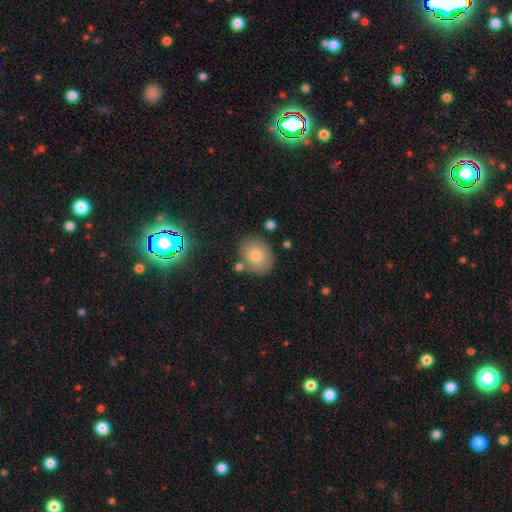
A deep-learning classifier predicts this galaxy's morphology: Overall: smooth (73%). How rounded: round (52%; in between 47%). Merging: none (79%).